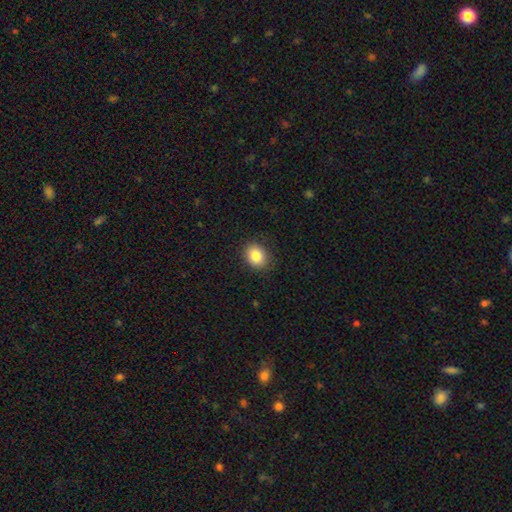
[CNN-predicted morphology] The model was most divided on "how rounded": round: 52%, in between: 47%, cigar-shaped: 1%. More confident: merging — none (88%); smooth or featured — smooth (84%).